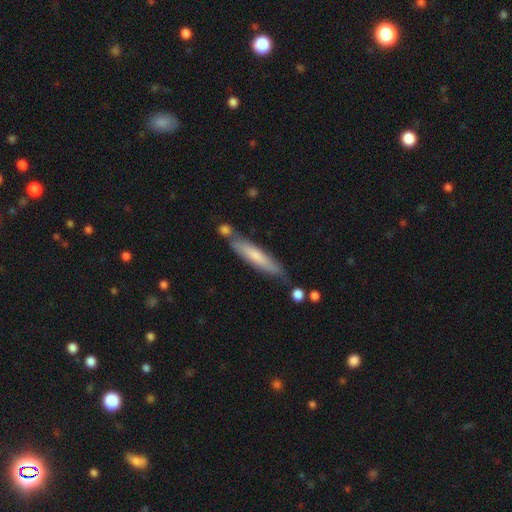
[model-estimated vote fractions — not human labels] This is likely a smooth galaxy (61%). How rounded: clearly cigar-shaped (88%). Merging: likely none (69%).